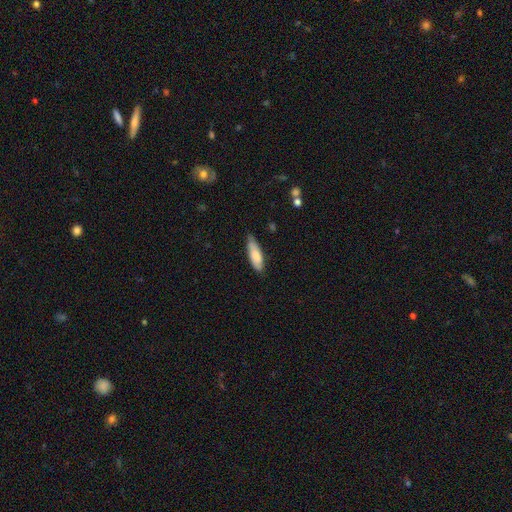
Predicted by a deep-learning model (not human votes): A smooth galaxy with no disk features (79%) that is cigar-shaped (49%, tied with in between). Merging: none (73%).